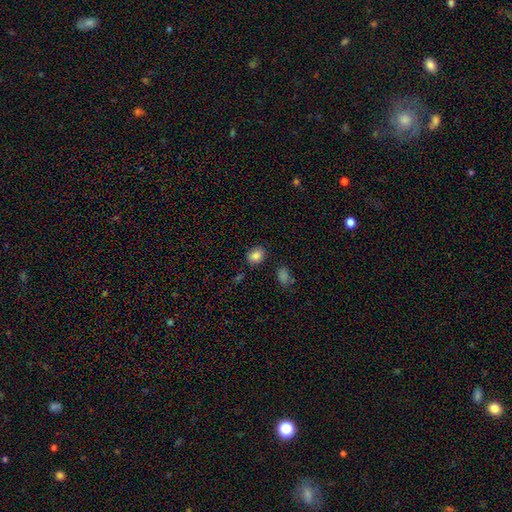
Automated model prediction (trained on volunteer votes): Morphology: type=smooth (85%); roundness=in between (52%); merging=none (84%).